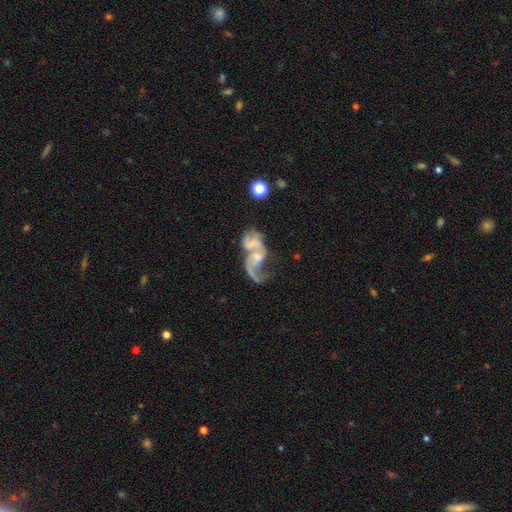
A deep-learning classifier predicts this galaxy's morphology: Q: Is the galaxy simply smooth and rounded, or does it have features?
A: featured or disk — 75%.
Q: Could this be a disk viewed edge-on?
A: no — 97%.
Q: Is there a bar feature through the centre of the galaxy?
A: no — 61%.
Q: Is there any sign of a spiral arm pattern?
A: yes — 79%.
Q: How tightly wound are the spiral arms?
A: loose — 64%.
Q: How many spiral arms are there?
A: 2 — 58%.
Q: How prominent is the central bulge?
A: small — 44%.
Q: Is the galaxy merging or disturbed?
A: merger — 40%.